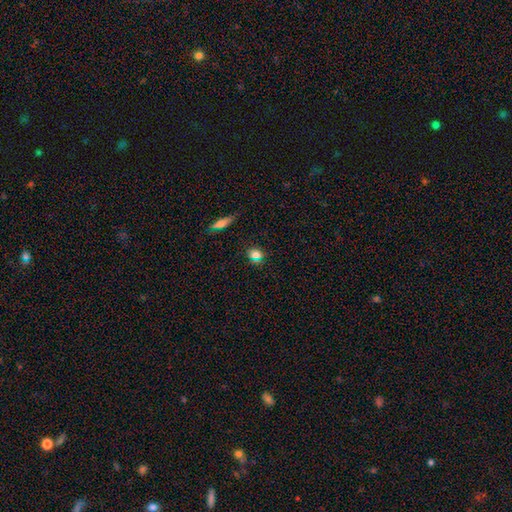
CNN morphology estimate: The model was most divided on "how rounded": round: 67%, in between: 29%, cigar-shaped: 4%. More confident: merging — none (85%); smooth or featured — smooth (67%).